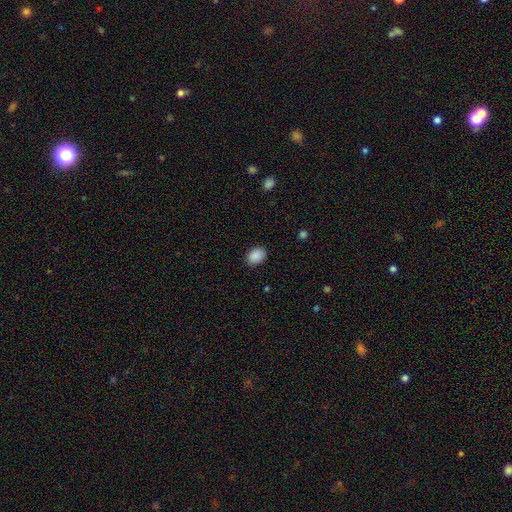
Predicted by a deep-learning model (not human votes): Q: Smooth or featured?
A: smooth (89%); runner-up: star or artifact (8%)
Q: How rounded?
A: in between (69%); runner-up: round (30%)
Q: Merging?
A: none (83%); runner-up: minor disturbance (13%)